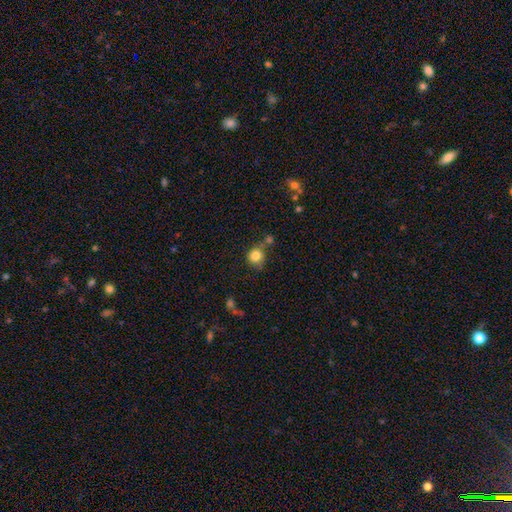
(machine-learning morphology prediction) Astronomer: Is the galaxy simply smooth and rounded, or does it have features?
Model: smooth — 83%.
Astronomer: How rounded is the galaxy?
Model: round — 87%.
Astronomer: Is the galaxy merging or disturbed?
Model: none — 60%.